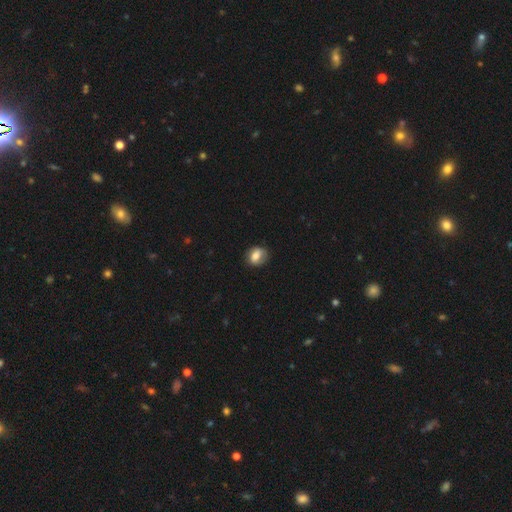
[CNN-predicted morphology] Q: Smooth or featured?
A: smooth (71%); runner-up: featured or disk (21%)
Q: How rounded?
A: in between (50%); runner-up: round (48%)
Q: Merging?
A: none (75%); runner-up: minor disturbance (18%)